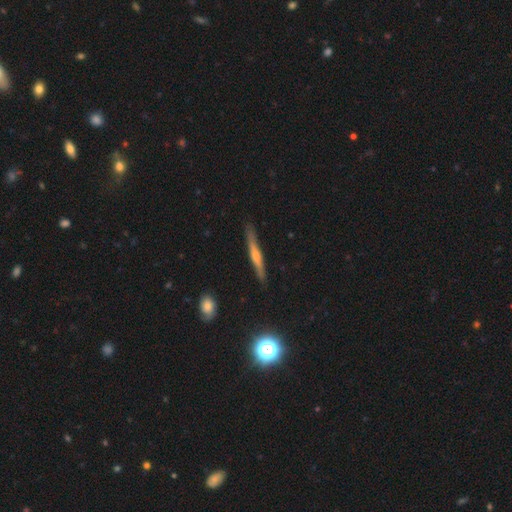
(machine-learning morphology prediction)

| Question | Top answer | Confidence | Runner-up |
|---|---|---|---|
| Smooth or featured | featured or disk | 57% | smooth (36%) |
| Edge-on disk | yes | 96% | no (4%) |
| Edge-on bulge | rounded | 63% | none (26%) |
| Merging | none | 86% | minor disturbance (11%) |